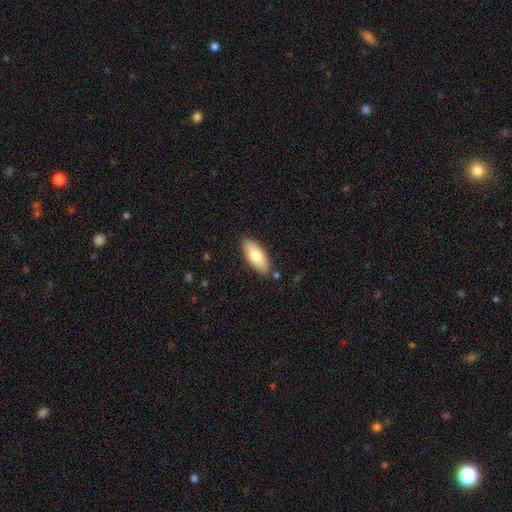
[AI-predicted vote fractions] Smooth or featured: smooth — 75% (featured or disk — 19%)
How rounded: in between — 81% (cigar-shaped — 17%)
Merging: none — 86% (minor disturbance — 10%)